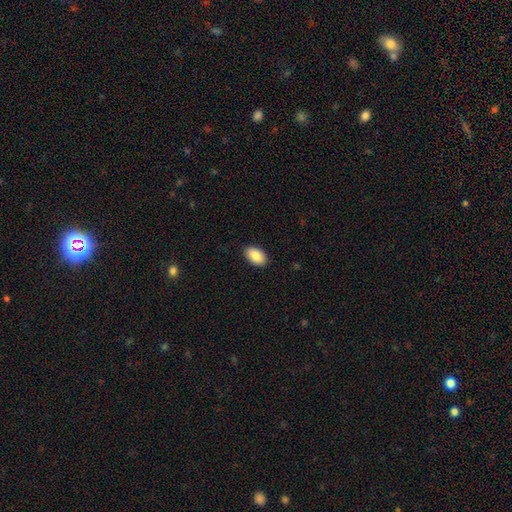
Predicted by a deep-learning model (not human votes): Smooth or featured? Predicted: smooth (p=0.87). How rounded? Predicted: in between (p=0.93). Merging? Predicted: none (p=0.90).